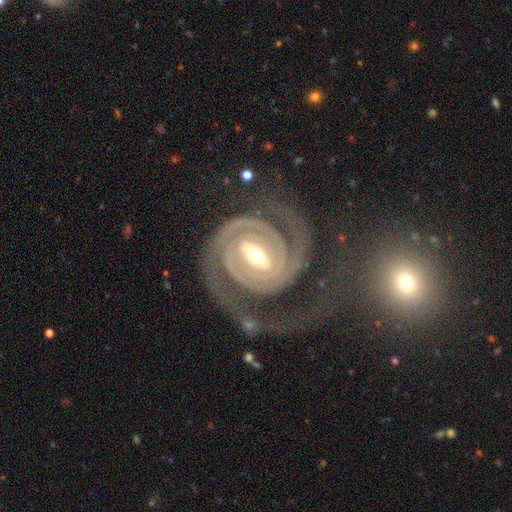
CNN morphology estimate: smooth-or-featured: featured or disk: 93% | star or artifact: 4% | smooth: 3%
  disk-edge-on: no: 97% | yes: 3%
    bar: strong: 59% | weak: 33% | no: 8%
    has-spiral-arms: yes: 98% | no: 2%
      spiral-winding: tight: 73% | medium: 22% | loose: 4%
      spiral-arm-count: 2: 77% | 3: 8% | can't tell: 5% | 1: 4% | 4: 2% | more than 4: 2%
    bulge-size: moderate: 55% | small: 39% | large: 4% | none: 1% | dominant: 1%
  merging: none: 53% | major disturbance: 24% | minor disturbance: 16% | merger: 8%